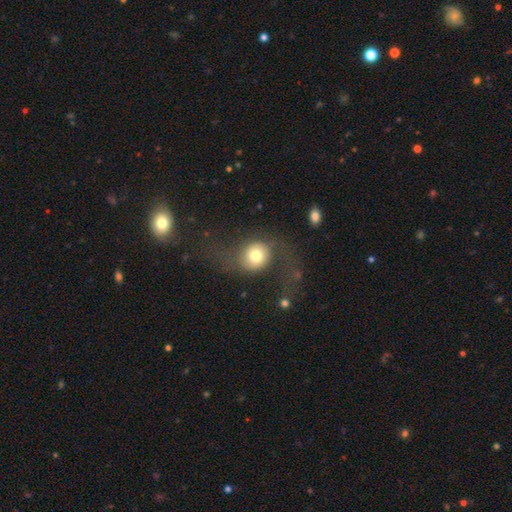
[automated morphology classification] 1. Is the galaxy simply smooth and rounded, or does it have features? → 61% smooth, 29% featured or disk, 9% star or artifact.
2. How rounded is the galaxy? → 81% round, 18% in between, 1% cigar-shaped.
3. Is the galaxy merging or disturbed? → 45% none, 35% major disturbance, 16% minor disturbance, 3% merger.